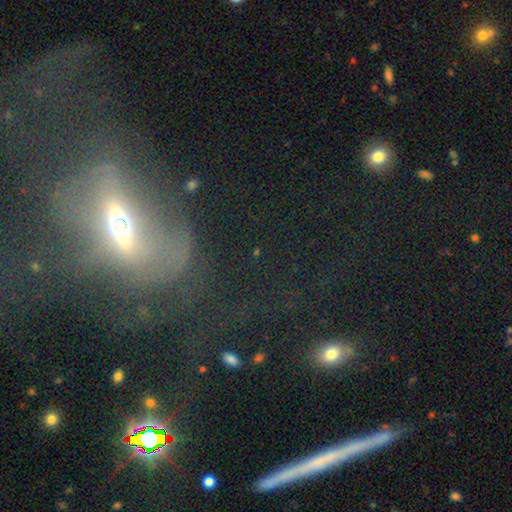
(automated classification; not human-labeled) Morphology: type=featured or disk (44%); merging=none (51%).